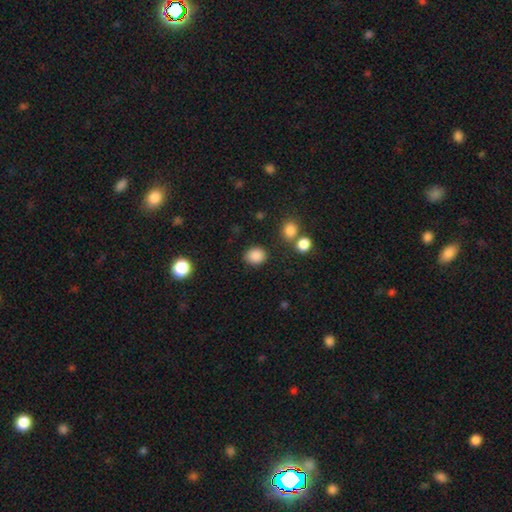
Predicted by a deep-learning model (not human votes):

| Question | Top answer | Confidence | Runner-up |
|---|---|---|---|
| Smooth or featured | smooth | 86% | star or artifact (10%) |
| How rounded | round | 67% | in between (32%) |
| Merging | none | 82% | minor disturbance (11%) |